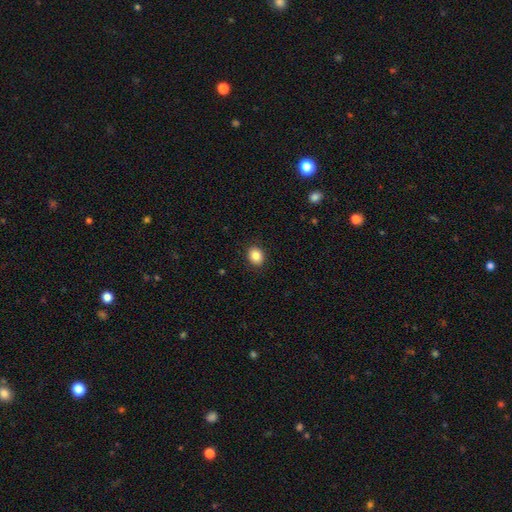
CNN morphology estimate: The model was most divided on "how rounded": round: 53%, in between: 46%, cigar-shaped: 1%. More confident: merging — none (90%); smooth or featured — smooth (84%).